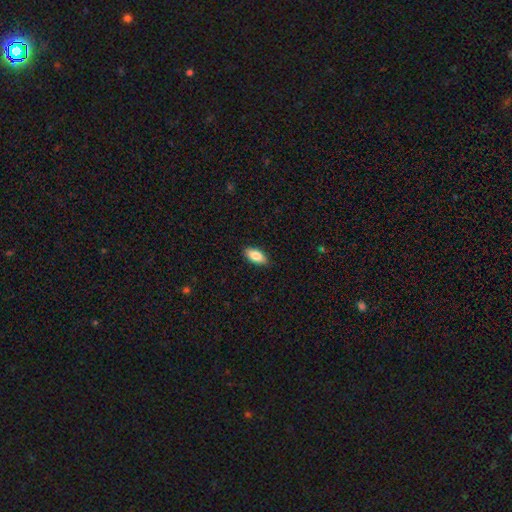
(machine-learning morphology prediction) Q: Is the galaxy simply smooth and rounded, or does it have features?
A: smooth — 83%.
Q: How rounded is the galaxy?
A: in between — 89%.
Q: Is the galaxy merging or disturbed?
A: none — 88%.